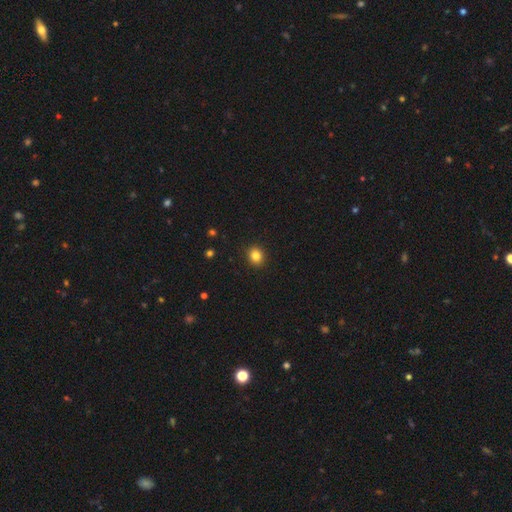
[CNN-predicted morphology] Overall: smooth (84%). How rounded: round (72%). Merging: none (92%).